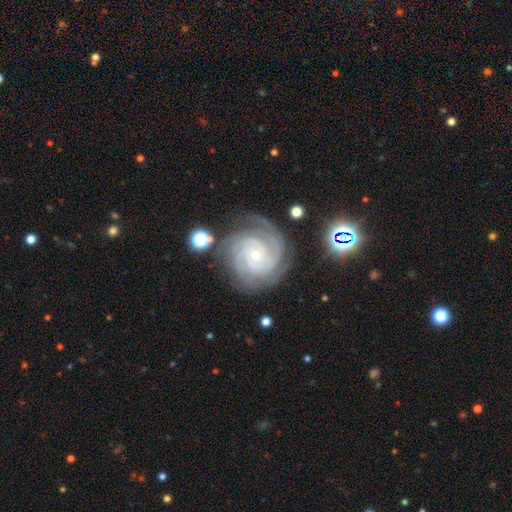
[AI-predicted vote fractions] smooth-or-featured: featured or disk: 90% | star or artifact: 6% | smooth: 4%
  disk-edge-on: no: 98% | yes: 2%
    bar: no: 75% | weak: 19% | strong: 6%
    has-spiral-arms: yes: 98% | no: 2%
      spiral-winding: tight: 76% | medium: 21% | loose: 3%
      spiral-arm-count: 4: 31% | 3: 30% | can't tell: 15% | 2: 10% | more than 4: 8% | 1: 6%
    bulge-size: small: 76% | moderate: 21% | large: 1% | none: 1% | dominant: 1%
  merging: none: 74% | minor disturbance: 17% | major disturbance: 6% | merger: 3%